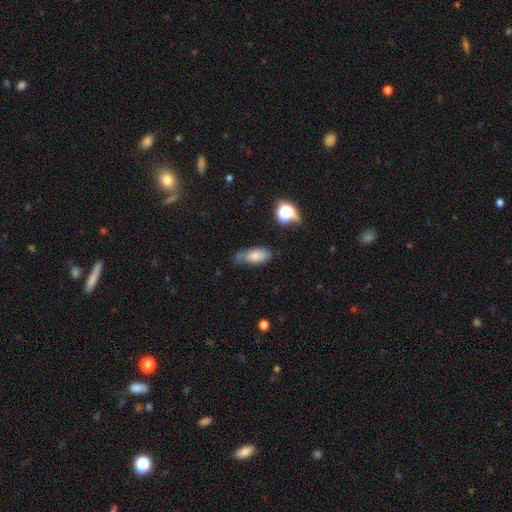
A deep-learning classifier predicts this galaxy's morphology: A smooth galaxy with no disk features (73%) that is in between round and cigar-shaped (85%). Merging: none (48%).